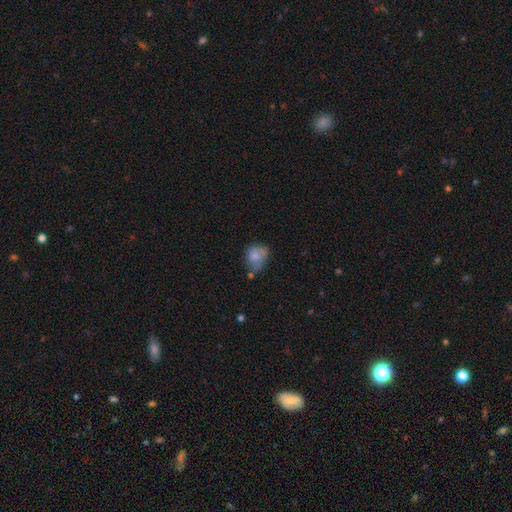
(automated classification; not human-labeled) smooth-or-featured: smooth: 77% | featured or disk: 14% | star or artifact: 9%
  how-rounded: round: 52% | in between: 47% | cigar-shaped: 1%
  merging: none: 40% | minor disturbance: 33% | major disturbance: 14% | merger: 13%